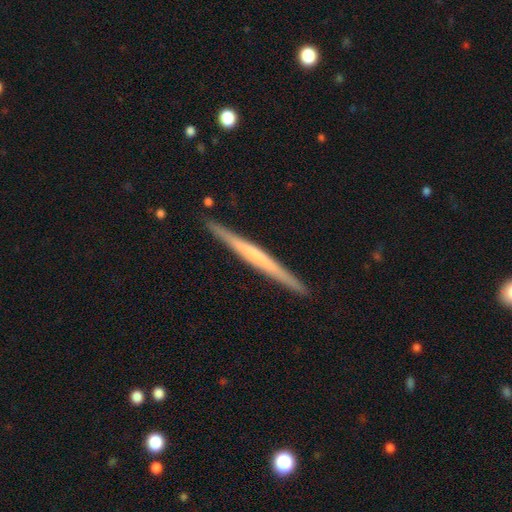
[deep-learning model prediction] A featured or disk galaxy (60%) viewed edge-on (98%) with no central bulge (71%). Merging: none (91%).